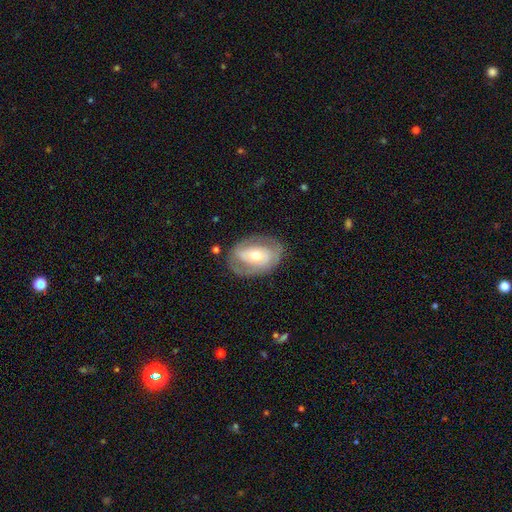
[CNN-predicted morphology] smooth_or_featured: featured or disk (p=0.71) [alt: smooth p=0.23]
disk_edge_on: no (p=0.94) [alt: yes p=0.06]
bar: no (p=0.48) [alt: weak p=0.29]
has_spiral_arms: yes (p=0.70) [alt: no p=0.30]
bulge_size: moderate (p=0.56) [alt: small p=0.36]
merging: none (p=0.75) [alt: minor disturbance p=0.16]